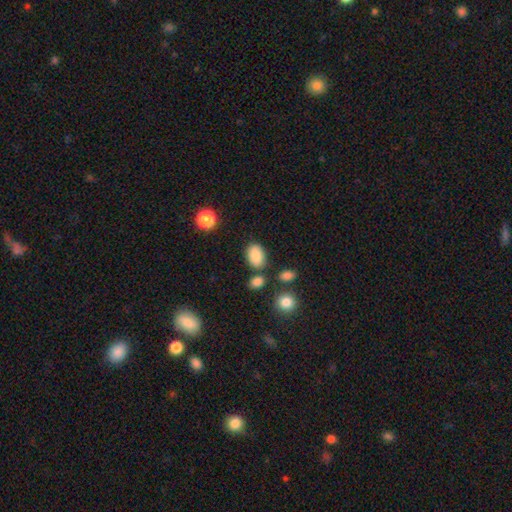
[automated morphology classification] A smooth galaxy with no disk features (85%) that is in between round and cigar-shaped (86%). Merging: none (76%).